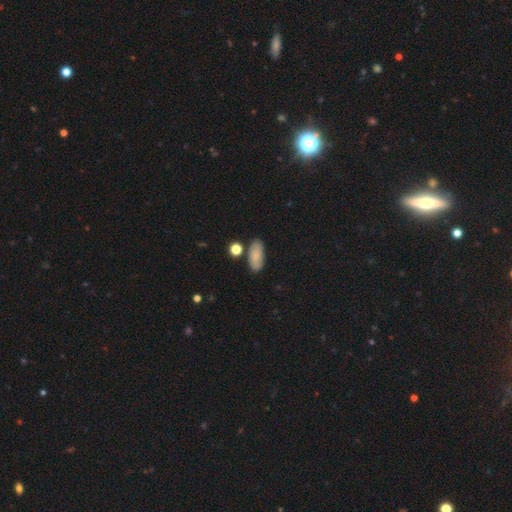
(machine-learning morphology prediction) smooth_or_featured: smooth (p=0.82) [alt: featured or disk p=0.10]
how_rounded: in between (p=0.89) [alt: cigar-shaped p=0.08]
merging: none (p=0.78) [alt: minor disturbance p=0.13]